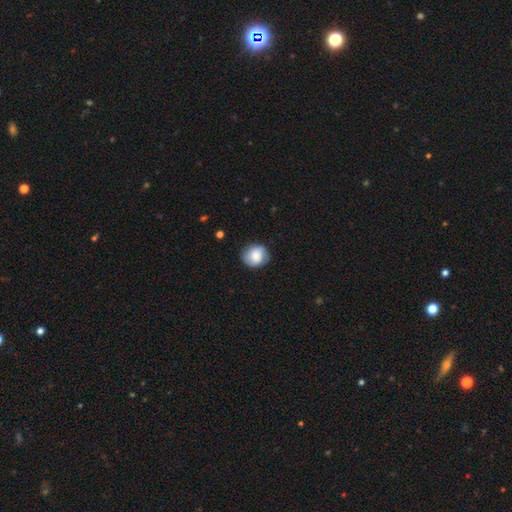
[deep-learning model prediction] Smooth or featured? smooth (76%)
How rounded? round (77%)
Merging? none (80%)